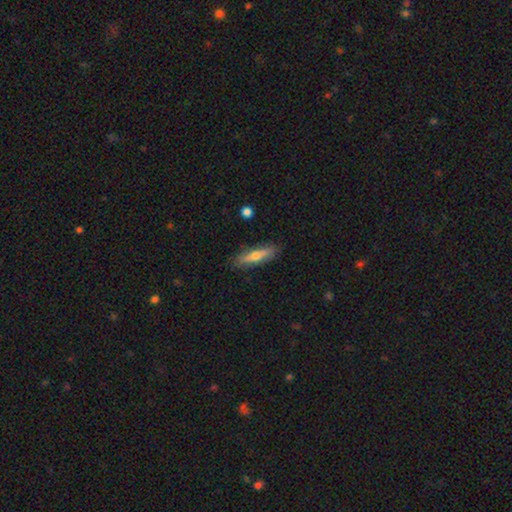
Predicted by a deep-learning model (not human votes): Smooth or featured? Predicted: smooth (p=0.53). How rounded? Predicted: cigar-shaped (p=0.74). Merging? Predicted: none (p=0.83).